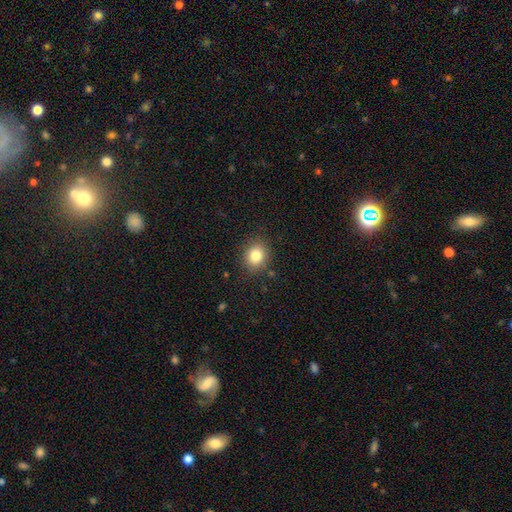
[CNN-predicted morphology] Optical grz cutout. It shows a smooth galaxy with no disk features (82%) that is round (68%). Merging: none (86%).